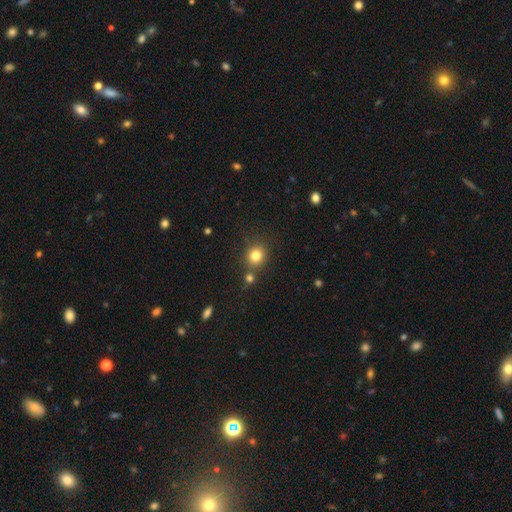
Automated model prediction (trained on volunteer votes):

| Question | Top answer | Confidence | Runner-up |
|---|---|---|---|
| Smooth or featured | smooth | 80% | star or artifact (13%) |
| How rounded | round | 84% | in between (15%) |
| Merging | none | 73% | merger (14%) |